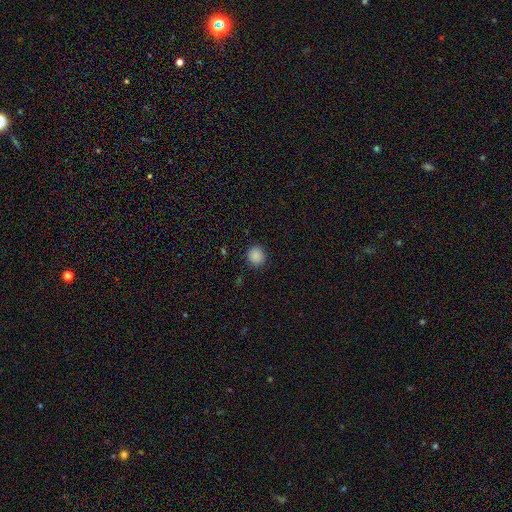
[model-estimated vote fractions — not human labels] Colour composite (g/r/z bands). It shows a smooth galaxy with no disk features (88%) that is round (87%). Merging: none (89%).